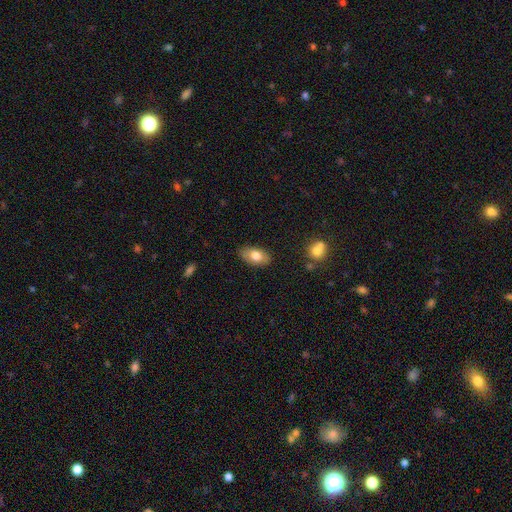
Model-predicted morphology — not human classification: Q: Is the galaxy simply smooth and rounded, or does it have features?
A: smooth — 76%.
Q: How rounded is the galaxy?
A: in between — 92%.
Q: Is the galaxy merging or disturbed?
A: none — 85%.